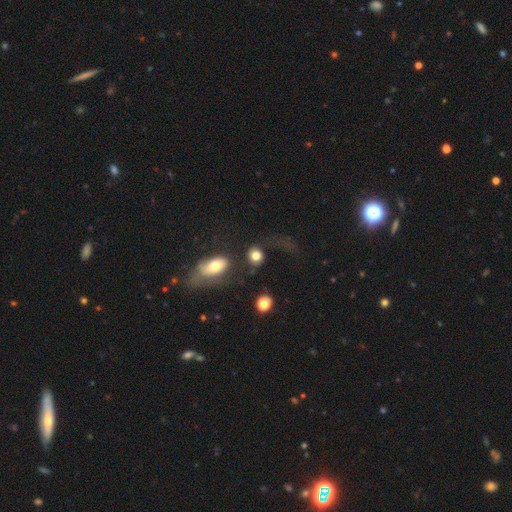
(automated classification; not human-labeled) Smooth or featured?
  - smooth: 77% *
  - featured or disk: 13%
  - star or artifact: 10%
How rounded?
  - round: 68% *
  - in between: 30%
  - cigar-shaped: 2%
Merging?
  - none: 38% *
  - major disturbance: 28%
  - merger: 18%
  - minor disturbance: 16%